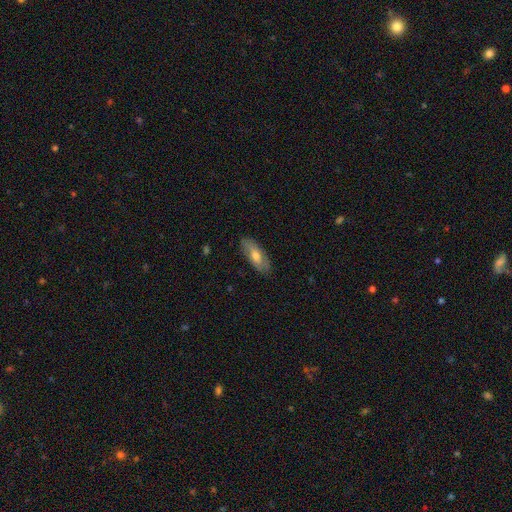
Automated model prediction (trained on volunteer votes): smooth_or_featured: smooth (p=0.60) [alt: featured or disk p=0.34]
how_rounded: in between (p=0.74) [alt: cigar-shaped p=0.24]
merging: none (p=0.82) [alt: minor disturbance p=0.14]